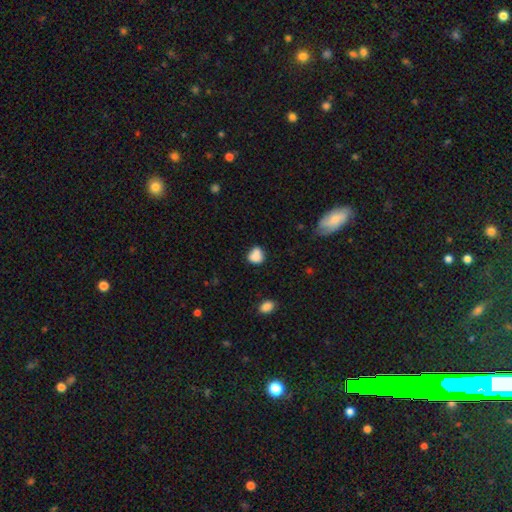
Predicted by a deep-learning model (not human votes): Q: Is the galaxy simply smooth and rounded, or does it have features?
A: smooth — 83%.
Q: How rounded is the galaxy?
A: round — 57%.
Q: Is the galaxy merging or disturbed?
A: none — 59%.